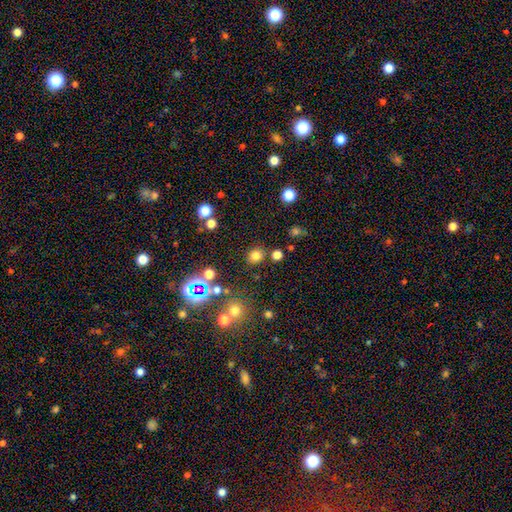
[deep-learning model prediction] smooth_or_featured: smooth (p=0.75) [alt: star or artifact p=0.19]
how_rounded: round (p=0.78) [alt: in between p=0.21]
merging: none (p=0.84) [alt: minor disturbance p=0.08]